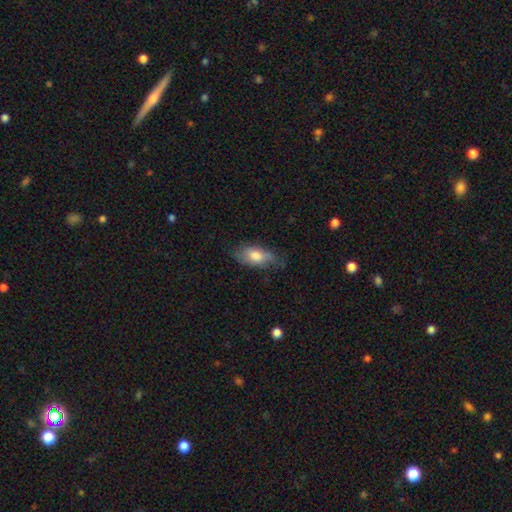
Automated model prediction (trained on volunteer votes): Q: Smooth or featured?
A: smooth (73%); runner-up: featured or disk (20%)
Q: How rounded?
A: in between (86%); runner-up: cigar-shaped (10%)
Q: Merging?
A: none (55%); runner-up: minor disturbance (31%)